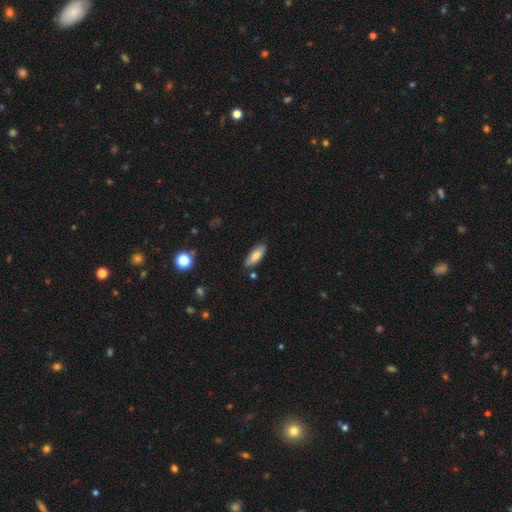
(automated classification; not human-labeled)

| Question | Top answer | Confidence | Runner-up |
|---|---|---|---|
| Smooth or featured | smooth | 79% | featured or disk (14%) |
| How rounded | in between | 72% | cigar-shaped (26%) |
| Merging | none | 82% | minor disturbance (14%) |